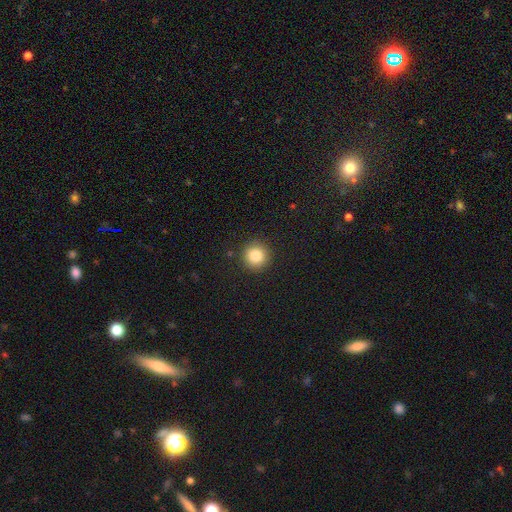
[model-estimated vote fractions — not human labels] smooth_or_featured: smooth (p=0.84) [alt: star or artifact p=0.10]
how_rounded: round (p=0.94) [alt: in between p=0.05]
merging: none (p=0.91) [alt: minor disturbance p=0.06]